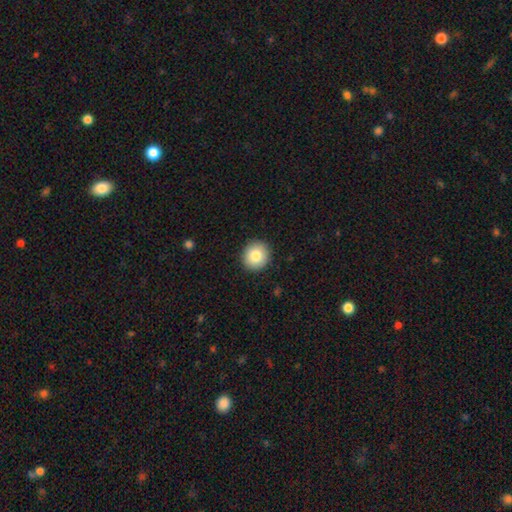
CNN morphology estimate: Smooth or featured? smooth (83%)
How rounded? round (89%)
Merging? none (91%)